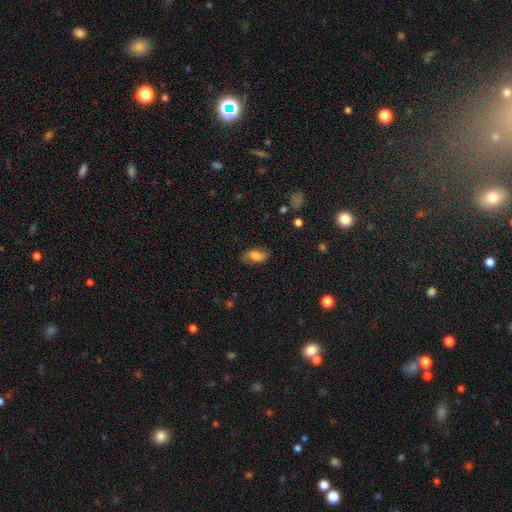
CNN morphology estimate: Smooth or featured: smooth — 73% (featured or disk — 18%)
How rounded: in between — 88% (cigar-shaped — 7%)
Merging: none — 75% (minor disturbance — 18%)